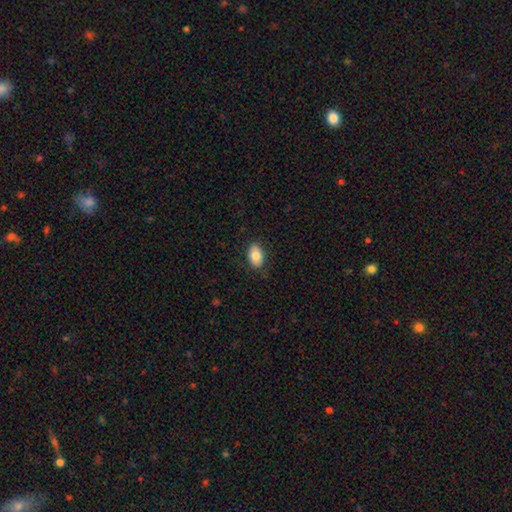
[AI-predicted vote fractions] This is clearly a smooth galaxy (82%). How rounded: clearly in between (90%). Merging: clearly none (87%).